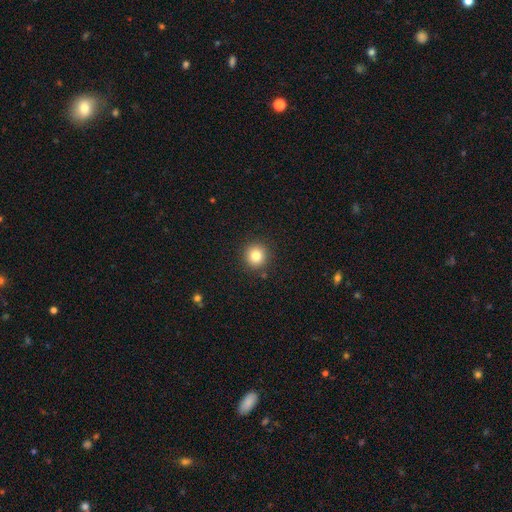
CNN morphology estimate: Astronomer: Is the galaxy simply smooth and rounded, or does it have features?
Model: smooth — 81%.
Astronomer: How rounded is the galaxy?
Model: round — 94%.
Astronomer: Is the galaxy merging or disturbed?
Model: none — 90%.